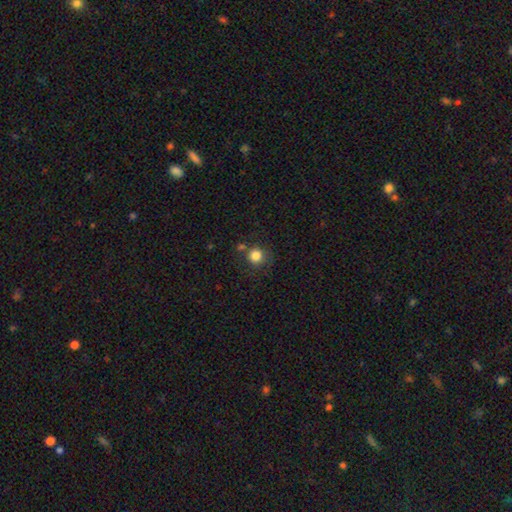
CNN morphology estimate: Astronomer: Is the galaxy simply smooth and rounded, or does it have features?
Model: smooth — 83%.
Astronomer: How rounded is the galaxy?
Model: round — 92%.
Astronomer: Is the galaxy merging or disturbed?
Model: none — 74%.